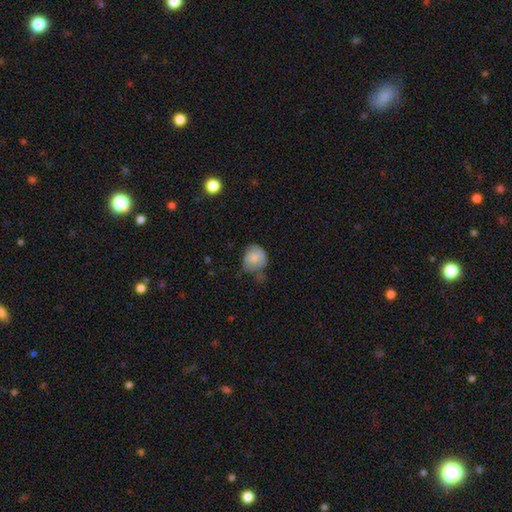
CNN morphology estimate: Smooth or featured: smooth — 74% (featured or disk — 18%)
How rounded: round — 68% (in between — 31%)
Merging: minor disturbance — 42% (none — 39%)